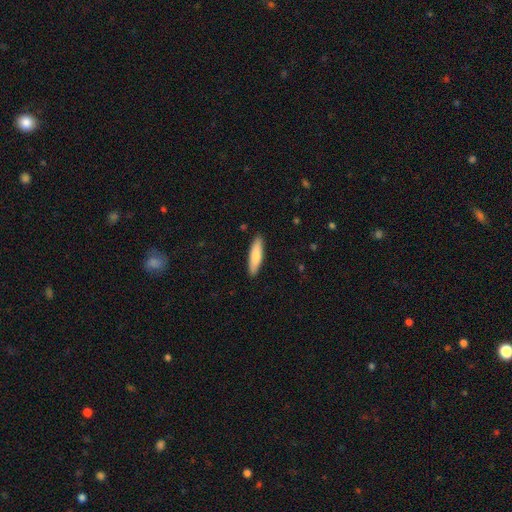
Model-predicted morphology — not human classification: smooth_or_featured: smooth (p=0.82) [alt: featured or disk p=0.13]
how_rounded: cigar-shaped (p=0.69) [alt: in between p=0.29]
merging: none (p=0.90) [alt: minor disturbance p=0.08]